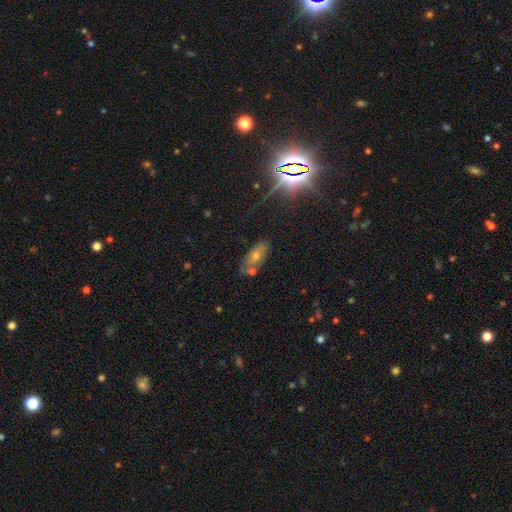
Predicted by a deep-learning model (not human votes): A smooth galaxy with no disk features (39%).

Vote fractions:
- Smooth or featured? smooth: 39% / featured or disk: 33% / star or artifact: 28%
- Merging? none: 62% / minor disturbance: 18% / merger: 14% / major disturbance: 6%